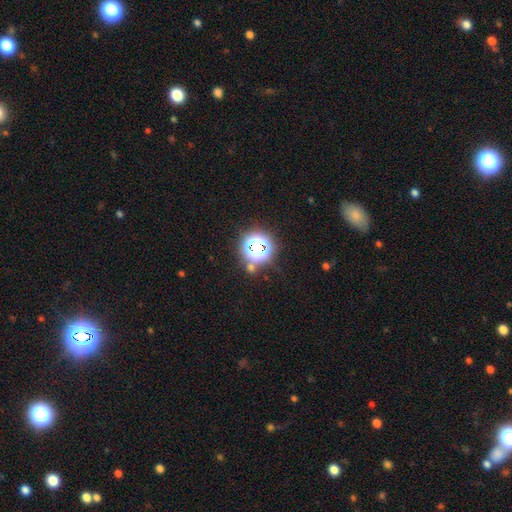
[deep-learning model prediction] Q: Smooth or featured?
A: star or artifact (75%); runner-up: smooth (18%)